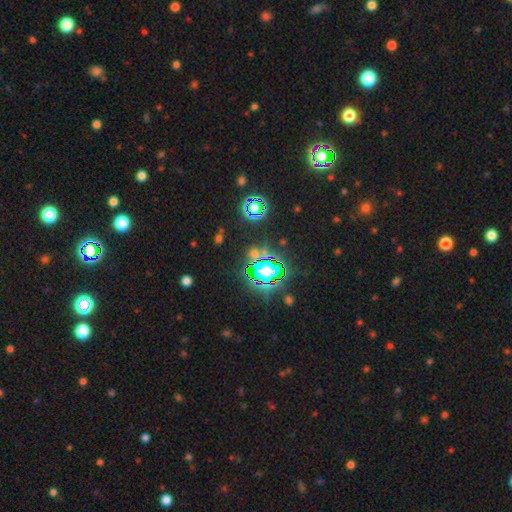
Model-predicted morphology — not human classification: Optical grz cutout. It shows a star or artifact, not a galaxy (77%).